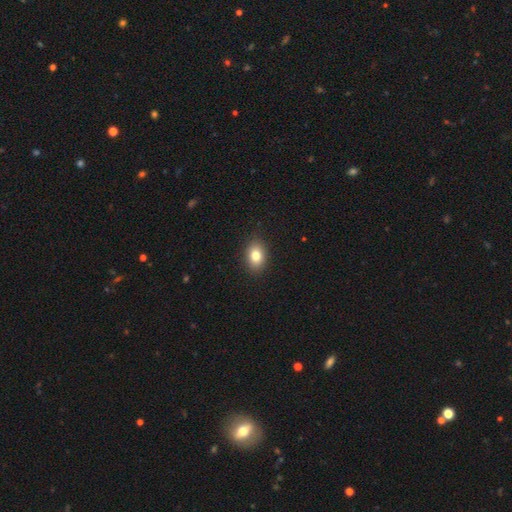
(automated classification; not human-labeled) Morphology: type=smooth (81%); roundness=in between (77%); merging=none (89%).